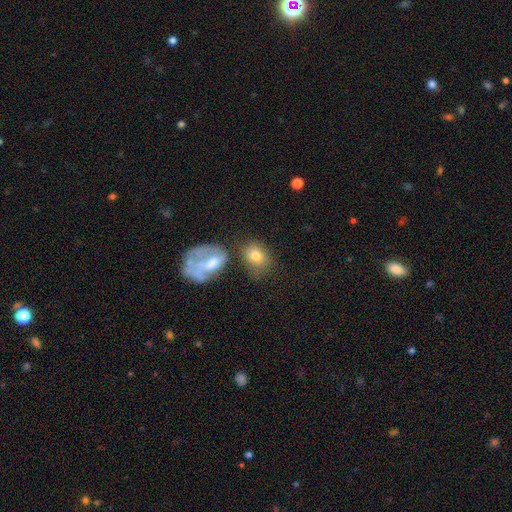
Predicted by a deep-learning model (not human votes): smooth_or_featured: smooth (p=0.72) [alt: featured or disk p=0.18]
how_rounded: in between (p=0.63) [alt: round p=0.35]
merging: none (p=0.45) [alt: merger p=0.25]